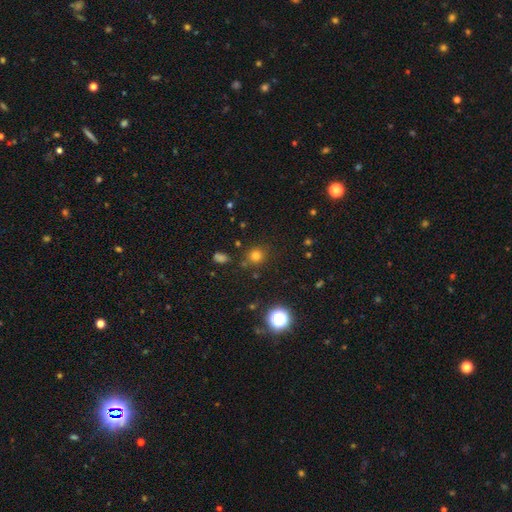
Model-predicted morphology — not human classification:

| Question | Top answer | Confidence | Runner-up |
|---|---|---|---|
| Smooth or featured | smooth | 74% | star or artifact (20%) |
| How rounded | round | 90% | in between (9%) |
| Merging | none | 82% | minor disturbance (9%) |